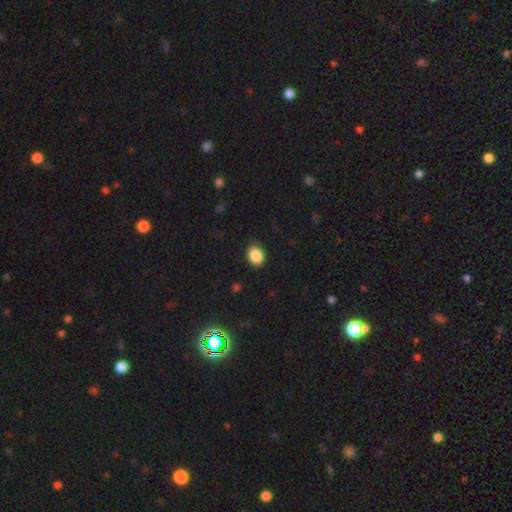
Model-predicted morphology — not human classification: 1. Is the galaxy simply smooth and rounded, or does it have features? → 87% smooth, 9% star or artifact, 4% featured or disk.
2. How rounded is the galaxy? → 63% in between, 36% round, 1% cigar-shaped.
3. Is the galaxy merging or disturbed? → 84% none, 12% minor disturbance, 2% major disturbance, 1% merger.